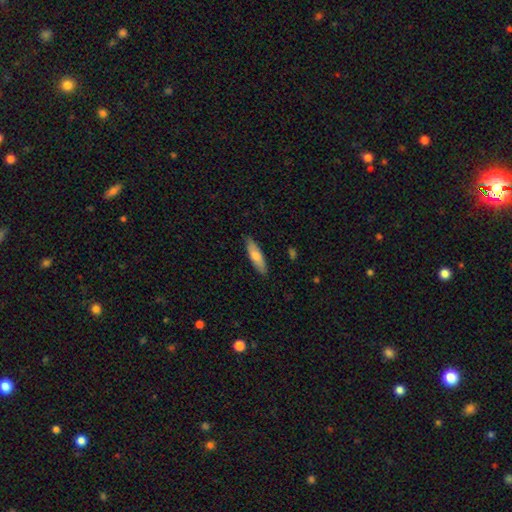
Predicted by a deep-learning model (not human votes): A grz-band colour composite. It shows a smooth galaxy with no disk features (73%) that is cigar-shaped (57%). Merging: none (87%).